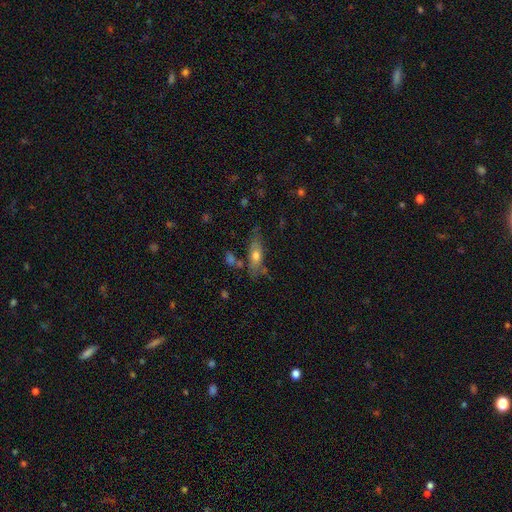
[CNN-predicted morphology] A smooth galaxy with no disk features (60%) that is in between round and cigar-shaped (60%). Merging: none (59%).